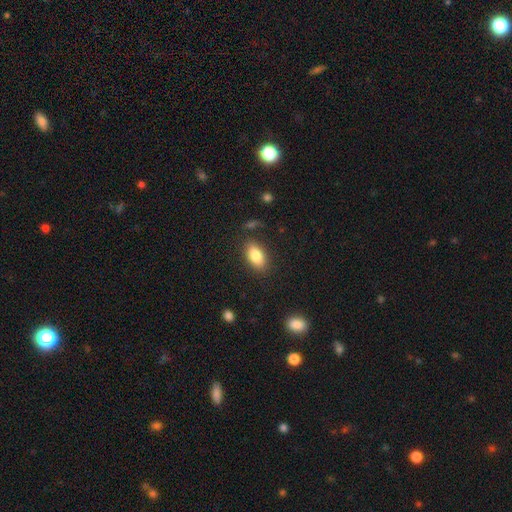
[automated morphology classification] smooth-or-featured: smooth: 83% | featured or disk: 9% | star or artifact: 7%
  how-rounded: in between: 90% | cigar-shaped: 5% | round: 5%
  merging: none: 84% | minor disturbance: 11% | major disturbance: 3% | merger: 2%